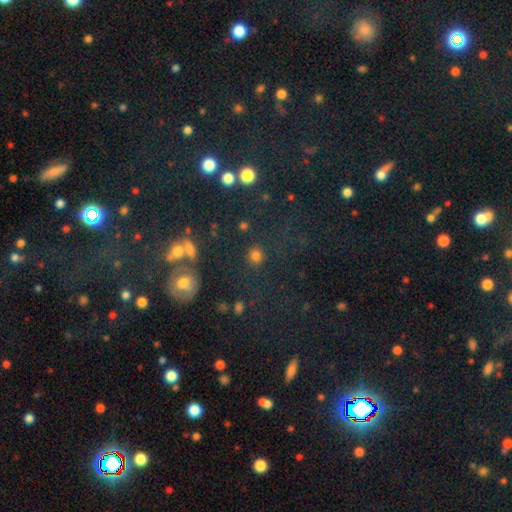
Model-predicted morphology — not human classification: Smooth or featured?
  - smooth: 78% *
  - star or artifact: 16%
  - featured or disk: 6%
How rounded?
  - round: 86% *
  - in between: 13%
  - cigar-shaped: 1%
Merging?
  - none: 82% *
  - minor disturbance: 8%
  - merger: 5%
  - major disturbance: 4%